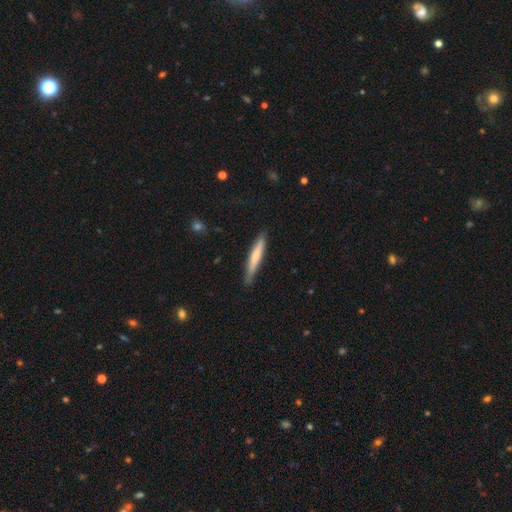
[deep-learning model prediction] This appears to be a smooth galaxy with no disk features (62%) that is cigar-shaped (93%). Merging: none (82%).